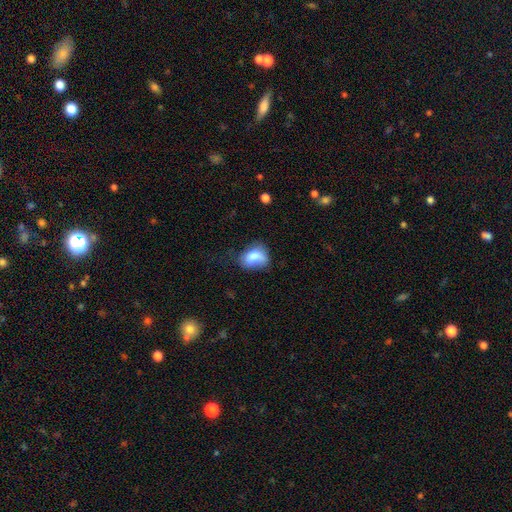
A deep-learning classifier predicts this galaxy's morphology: Smooth or featured? smooth (78%)
How rounded? in between (72%)
Merging? none (41%)